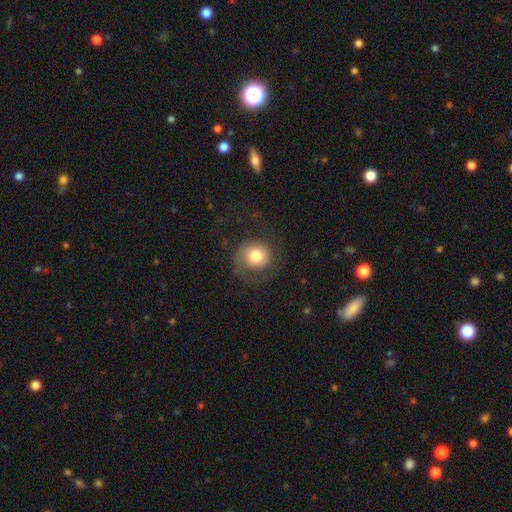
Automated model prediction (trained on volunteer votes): A smooth galaxy with no disk features (67%) that is round (87%).

Vote fractions:
- Smooth or featured? smooth: 67% / featured or disk: 25% / star or artifact: 9%
- How rounded? round: 87% / in between: 12% / cigar-shaped: 1%
- Merging? none: 57% / major disturbance: 24% / minor disturbance: 17% / merger: 1%